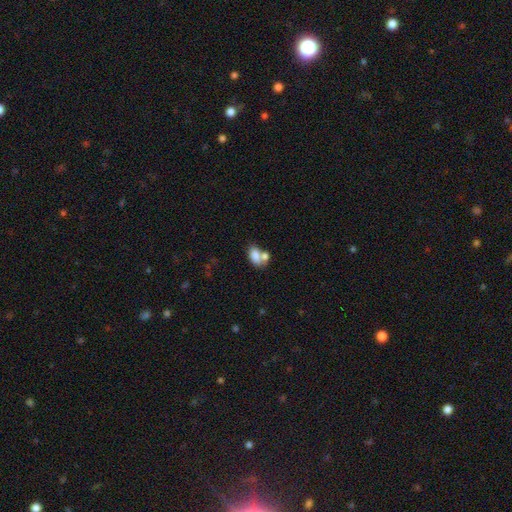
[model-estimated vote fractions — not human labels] Q: Smooth or featured?
A: smooth (78%); runner-up: featured or disk (13%)
Q: How rounded?
A: in between (88%); runner-up: round (10%)
Q: Merging?
A: merger (51%); runner-up: none (31%)